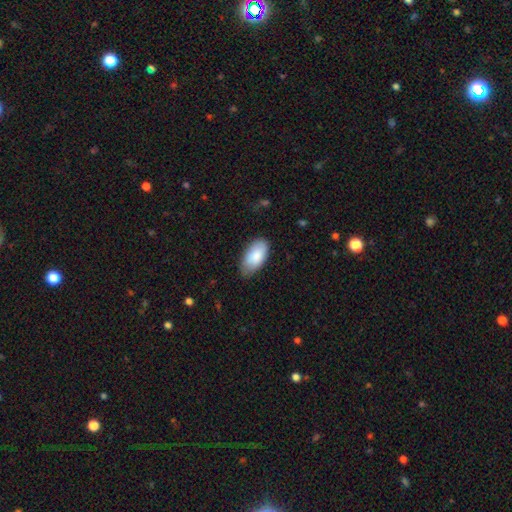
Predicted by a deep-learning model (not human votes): Smooth or featured? smooth (85%)
How rounded? in between (95%)
Merging? none (74%)